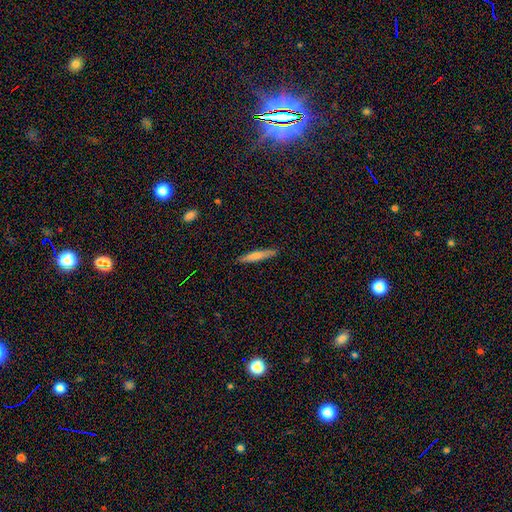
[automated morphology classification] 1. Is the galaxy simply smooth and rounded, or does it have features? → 54% smooth, 36% featured or disk, 9% star or artifact.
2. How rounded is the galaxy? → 92% cigar-shaped, 7% in between, 2% round.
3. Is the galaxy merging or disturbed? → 89% none, 8% minor disturbance, 2% major disturbance, 1% merger.